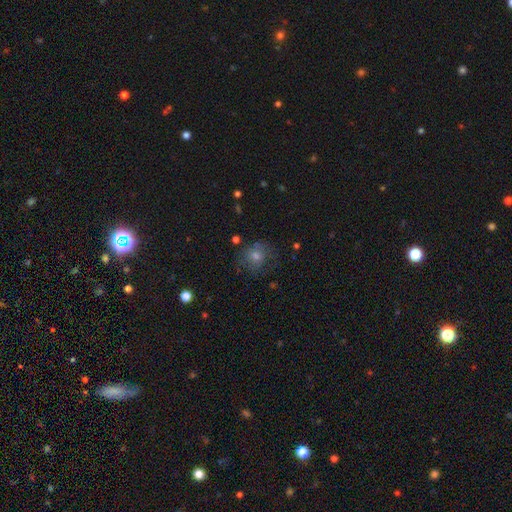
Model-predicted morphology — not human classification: smooth-or-featured: smooth: 49% | featured or disk: 29% | star or artifact: 22%
  merging: none: 67% | minor disturbance: 19% | major disturbance: 12% | merger: 2%